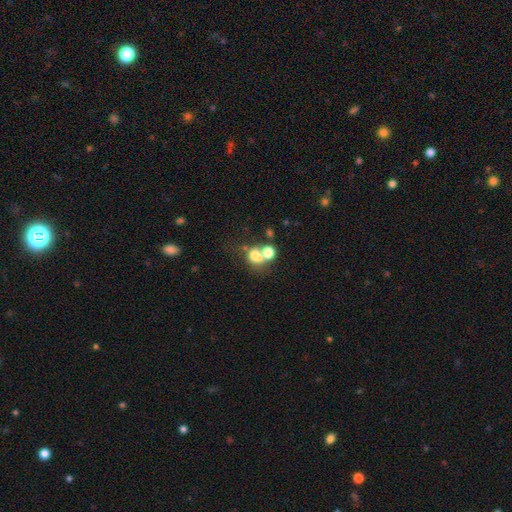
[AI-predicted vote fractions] smooth_or_featured: smooth (p=0.67) [alt: featured or disk p=0.18]
how_rounded: round (p=0.63) [alt: in between p=0.35]
merging: merger (p=0.52) [alt: none p=0.32]